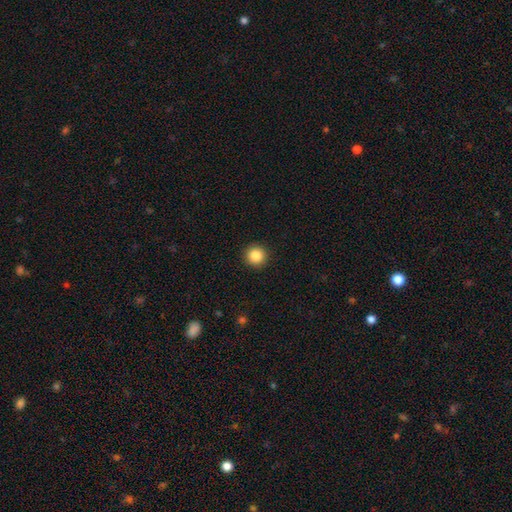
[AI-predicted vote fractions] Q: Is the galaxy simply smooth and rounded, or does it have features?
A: smooth — 86%.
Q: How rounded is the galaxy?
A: round — 96%.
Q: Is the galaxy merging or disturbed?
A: none — 93%.